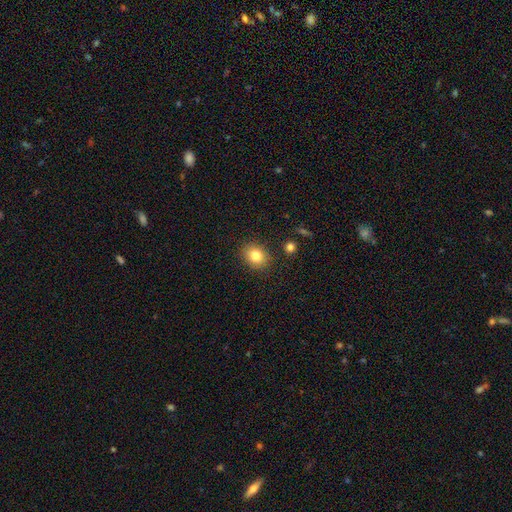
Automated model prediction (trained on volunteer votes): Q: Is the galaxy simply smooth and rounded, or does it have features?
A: smooth — 82%.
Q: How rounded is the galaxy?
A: round — 53%.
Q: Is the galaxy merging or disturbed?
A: none — 88%.